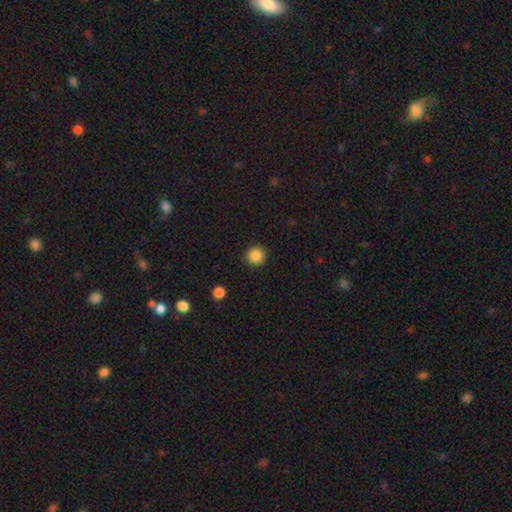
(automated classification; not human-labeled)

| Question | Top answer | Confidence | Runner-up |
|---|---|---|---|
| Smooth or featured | smooth | 86% | star or artifact (10%) |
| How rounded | round | 95% | in between (4%) |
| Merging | none | 92% | minor disturbance (5%) |